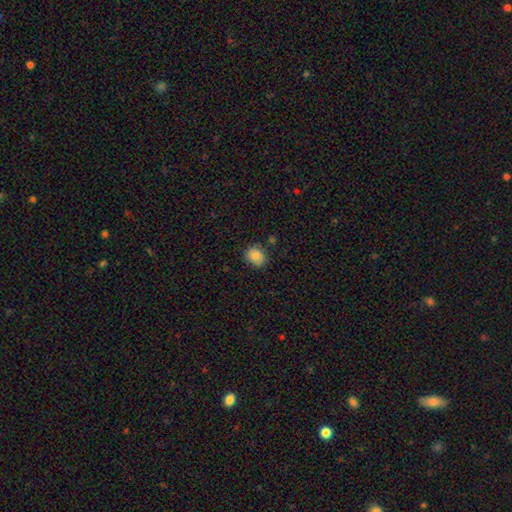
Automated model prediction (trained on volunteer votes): Smooth or featured: smooth — 81% (featured or disk — 10%)
How rounded: round — 67% (in between — 32%)
Merging: none — 77% (minor disturbance — 16%)